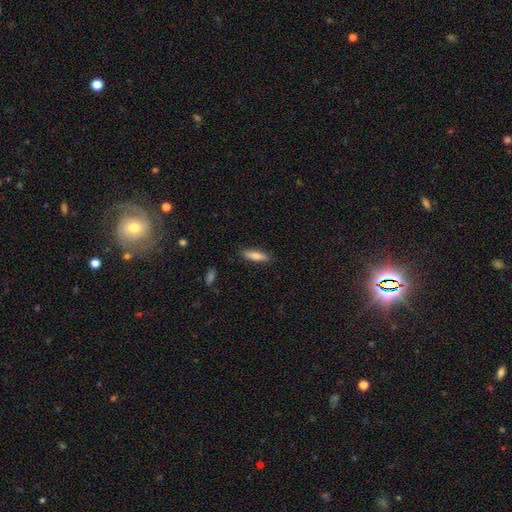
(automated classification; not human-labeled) Smooth or featured?
  - smooth: 72% *
  - featured or disk: 21%
  - star or artifact: 6%
How rounded?
  - cigar-shaped: 58% *
  - in between: 40%
  - round: 2%
Merging?
  - none: 88% *
  - minor disturbance: 9%
  - major disturbance: 2%
  - merger: 1%